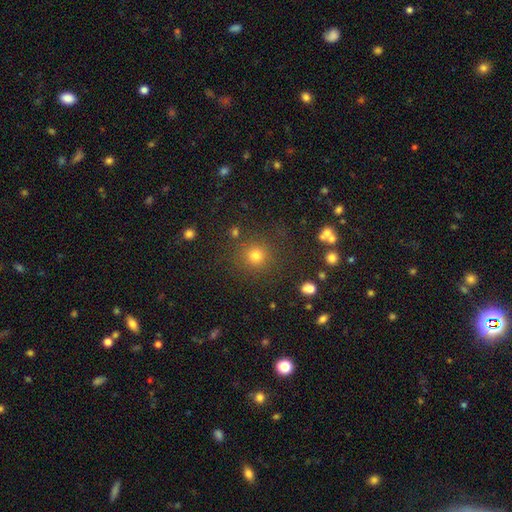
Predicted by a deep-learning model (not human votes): This appears to be a smooth galaxy with no disk features (75%) that is round (93%). Merging: none (84%).